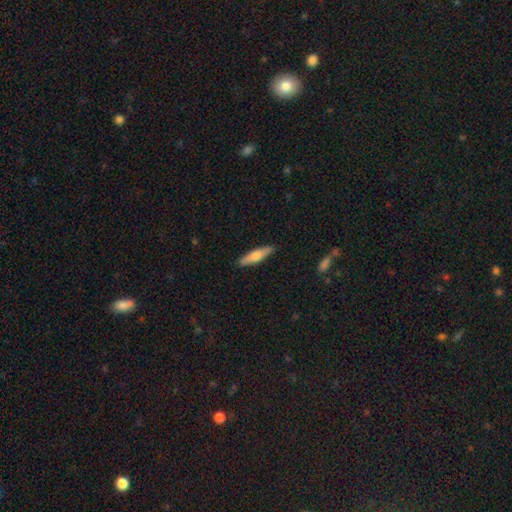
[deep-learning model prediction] A smooth galaxy with no disk features (61%) that is cigar-shaped (76%). Merging: none (89%).